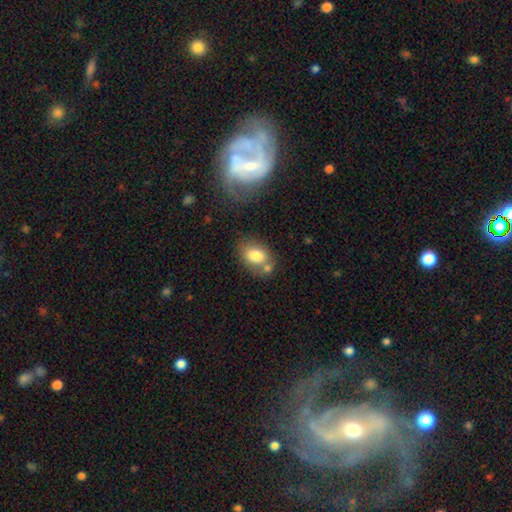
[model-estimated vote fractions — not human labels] Smooth or featured? Predicted: smooth (p=0.78). How rounded? Predicted: in between (p=0.79). Merging? Predicted: none (p=0.54).